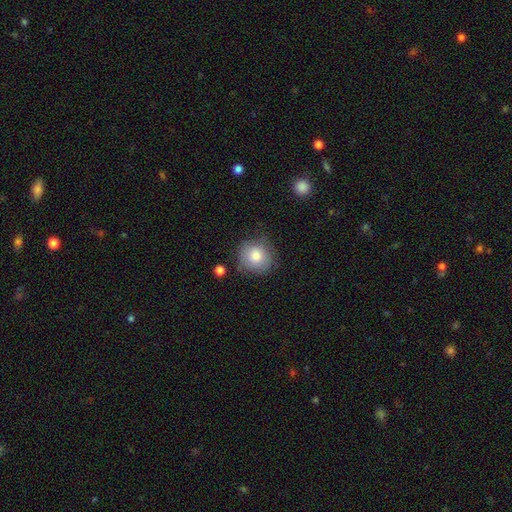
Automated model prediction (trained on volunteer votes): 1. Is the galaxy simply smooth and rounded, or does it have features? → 79% smooth, 13% featured or disk, 9% star or artifact.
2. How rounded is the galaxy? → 88% round, 11% in between, 1% cigar-shaped.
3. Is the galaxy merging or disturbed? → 73% none, 19% minor disturbance, 5% major disturbance, 2% merger.